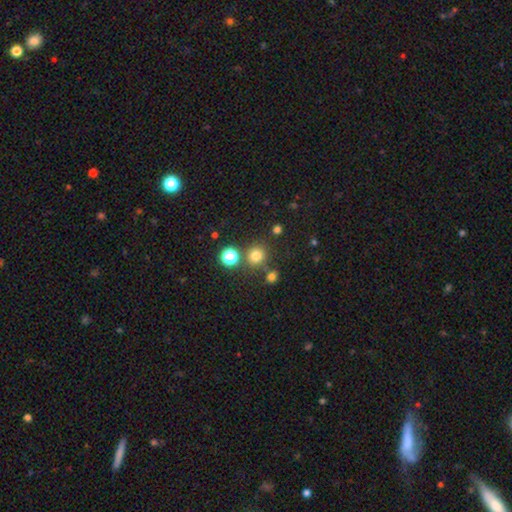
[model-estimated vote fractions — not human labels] Smooth or featured? Predicted: smooth (p=0.75). How rounded? Predicted: round (p=0.88). Merging? Predicted: none (p=0.78).